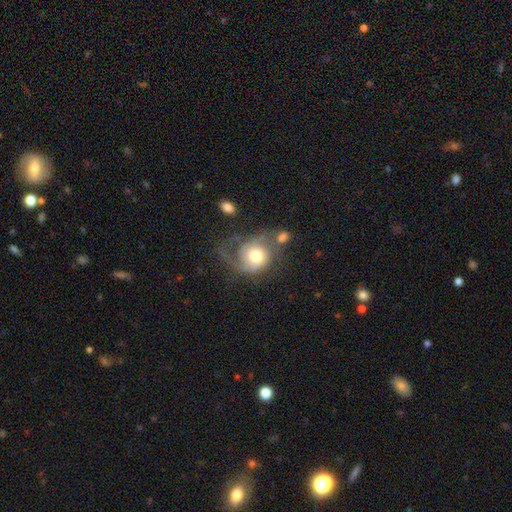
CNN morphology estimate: smooth-or-featured: featured or disk: 63% | smooth: 30% | star or artifact: 7%
  disk-edge-on: no: 97% | yes: 3%
    bar: no: 76% | weak: 20% | strong: 4%
    has-spiral-arms: yes: 86% | no: 14%
      spiral-winding: medium: 40% | loose: 35% | tight: 25%
      spiral-arm-count: 2: 53% | 1: 28% | can't tell: 11% | 3: 5% | 4: 2% | more than 4: 2%
    bulge-size: moderate: 67% | large: 19% | small: 11% | dominant: 2% | none: 1%
  merging: none: 36% | major disturbance: 32% | minor disturbance: 20% | merger: 12%